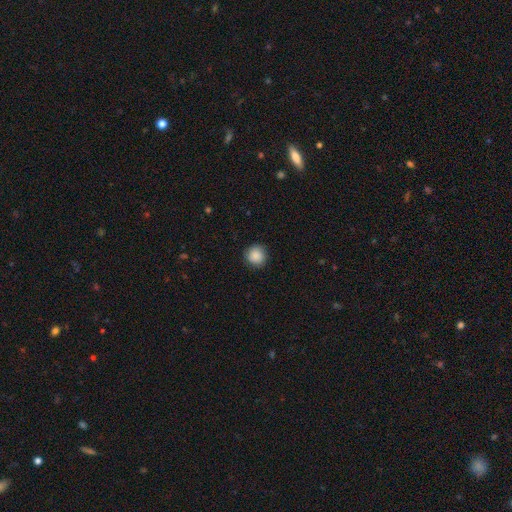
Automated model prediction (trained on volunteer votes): Smooth or featured: smooth — 88% (star or artifact — 8%)
How rounded: round — 92% (in between — 7%)
Merging: none — 88% (minor disturbance — 9%)